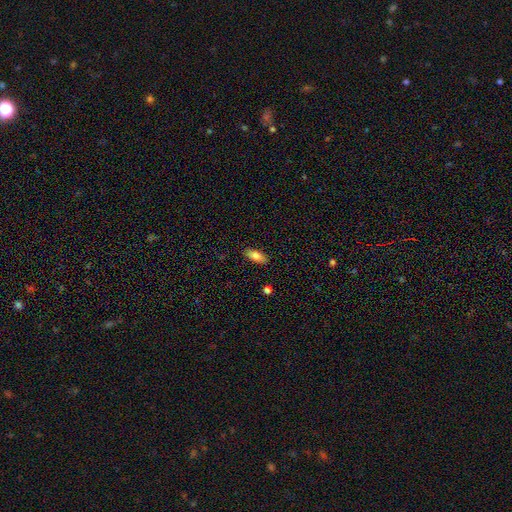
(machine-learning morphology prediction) Smooth or featured? Predicted: smooth (p=0.82). How rounded? Predicted: in between (p=0.82). Merging? Predicted: none (p=0.88).